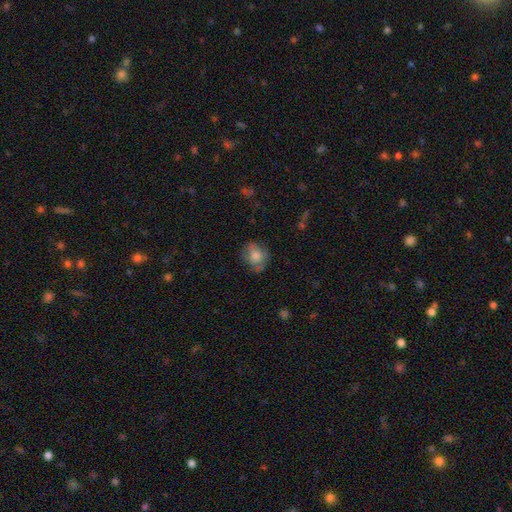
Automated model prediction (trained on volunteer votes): This appears to be a smooth galaxy with no disk features (72%) that is round (58%). Merging: none (62%).